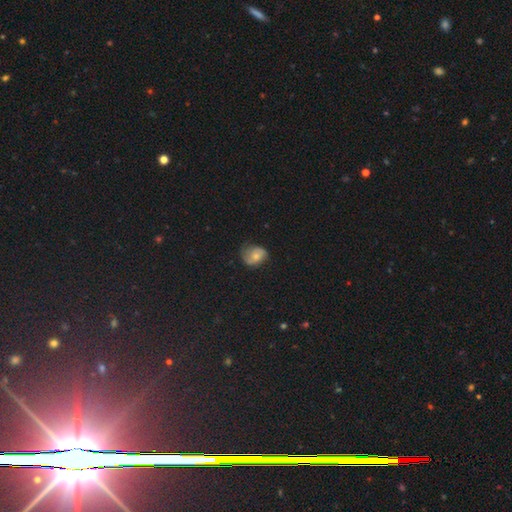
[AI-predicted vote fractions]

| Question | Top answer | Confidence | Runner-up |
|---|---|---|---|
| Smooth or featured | smooth | 54% | featured or disk (36%) |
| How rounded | round | 50% | in between (49%) |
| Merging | none | 52% | minor disturbance (32%) |